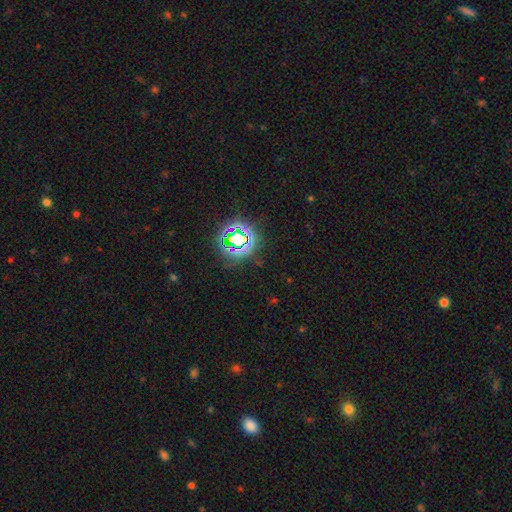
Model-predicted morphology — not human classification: This appears to be a star or artifact, not a galaxy (75%).